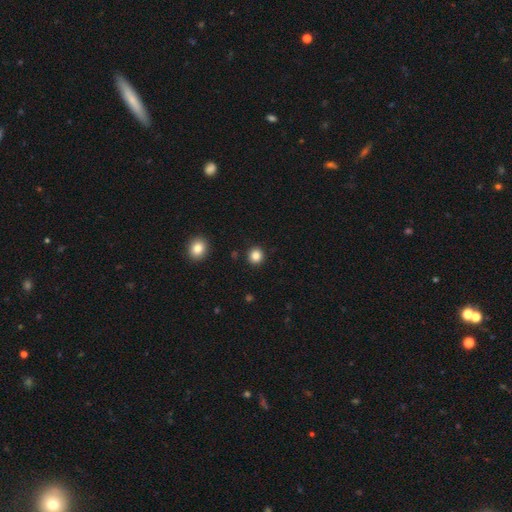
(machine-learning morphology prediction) A smooth galaxy with no disk features (84%) that is round (92%). Merging: none (92%).